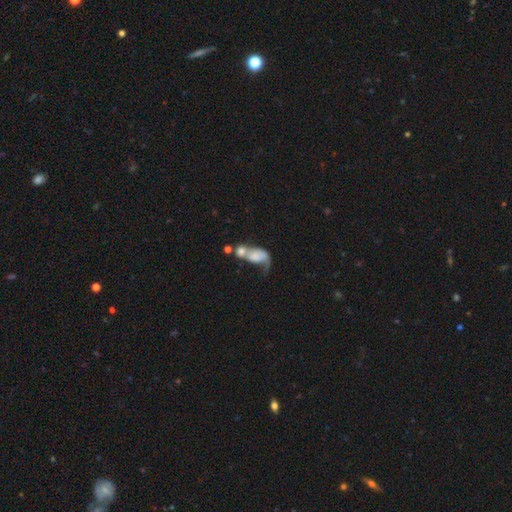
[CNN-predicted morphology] smooth-or-featured: smooth: 53% | featured or disk: 37% | star or artifact: 10%
  how-rounded: in between: 78% | round: 17% | cigar-shaped: 5%
  merging: merger: 59% | major disturbance: 22% | none: 11% | minor disturbance: 8%